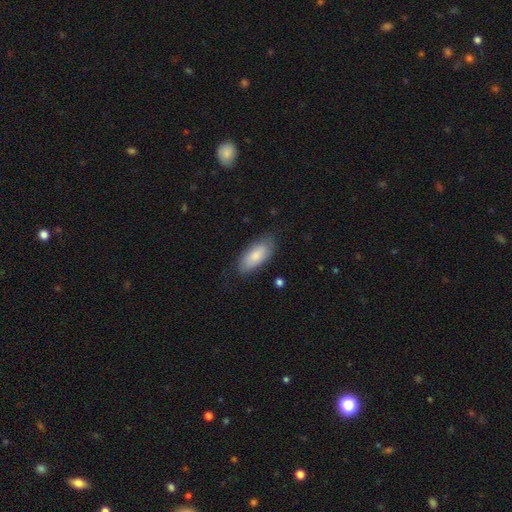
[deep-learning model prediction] smooth_or_featured: smooth (p=0.80) [alt: featured or disk p=0.15]
how_rounded: in between (p=0.87) [alt: cigar-shaped p=0.11]
merging: none (p=0.78) [alt: minor disturbance p=0.17]